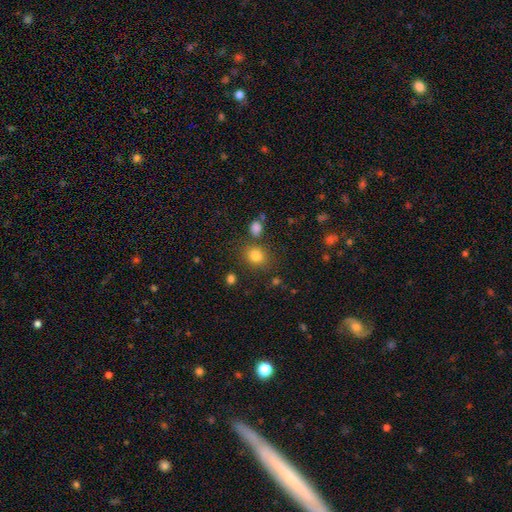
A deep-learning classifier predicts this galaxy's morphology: smooth-or-featured: smooth: 81% | star or artifact: 13% | featured or disk: 6%
  how-rounded: round: 68% | in between: 31% | cigar-shaped: 1%
  merging: none: 77% | minor disturbance: 11% | merger: 8% | major disturbance: 4%